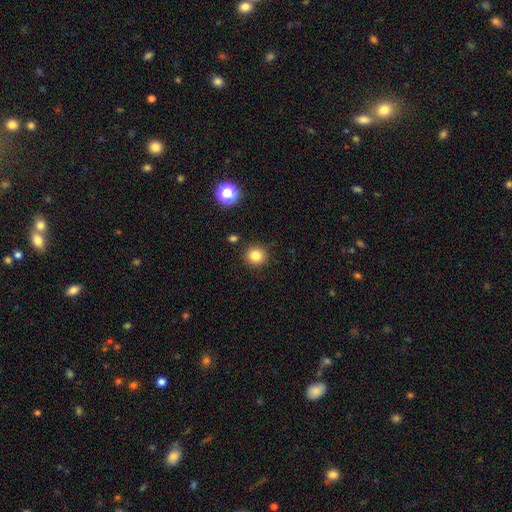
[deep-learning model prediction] A smooth galaxy with no disk features (82%) that is round (93%).

Vote fractions:
- Smooth or featured? smooth: 82% / star or artifact: 12% / featured or disk: 6%
- How rounded? round: 93% / in between: 6% / cigar-shaped: 1%
- Merging? none: 90% / minor disturbance: 6% / merger: 2% / major disturbance: 2%